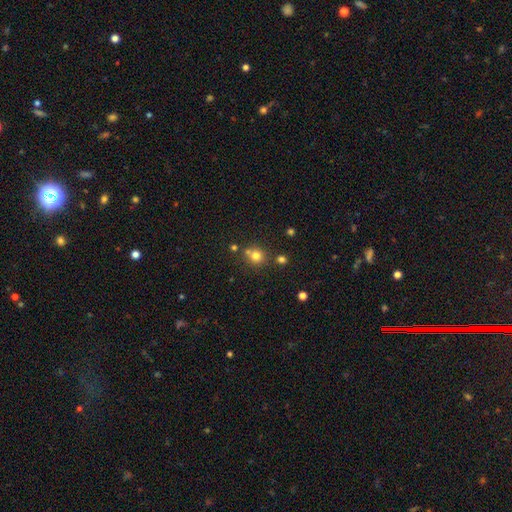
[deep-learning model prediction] Smooth or featured: smooth — 75% (star or artifact — 16%)
How rounded: round — 88% (in between — 11%)
Merging: none — 67% (merger — 20%)